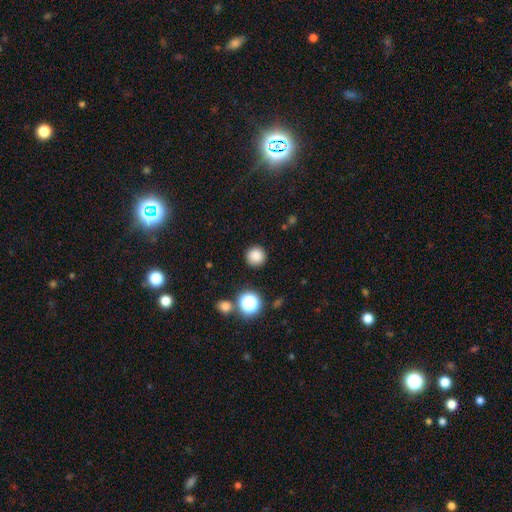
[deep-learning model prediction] A smooth galaxy with no disk features (83%) that is round (94%). Merging: none (89%).